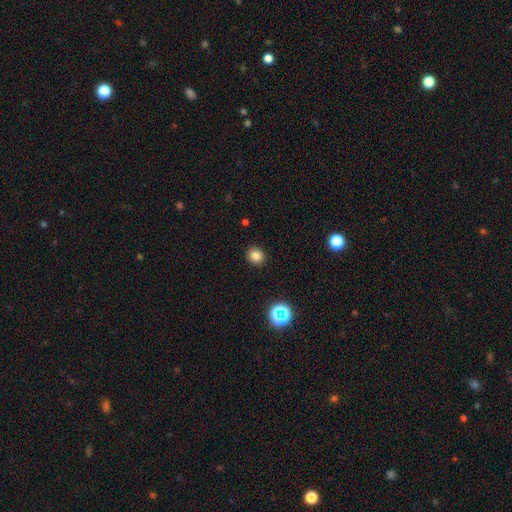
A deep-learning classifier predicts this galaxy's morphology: A smooth galaxy with no disk features (81%) that is round (78%). Merging: none (91%).